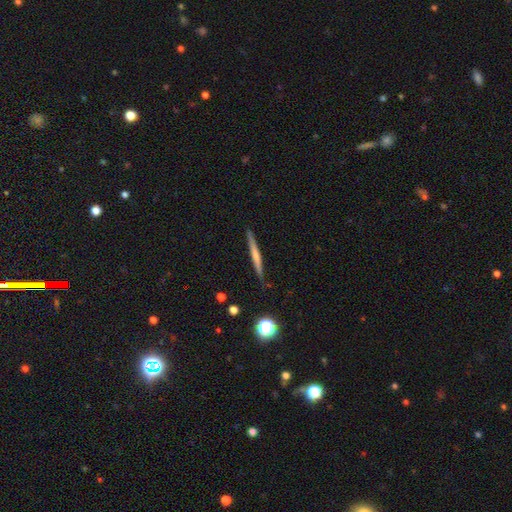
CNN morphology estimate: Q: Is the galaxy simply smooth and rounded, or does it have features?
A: featured or disk — 48%.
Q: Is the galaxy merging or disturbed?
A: none — 87%.